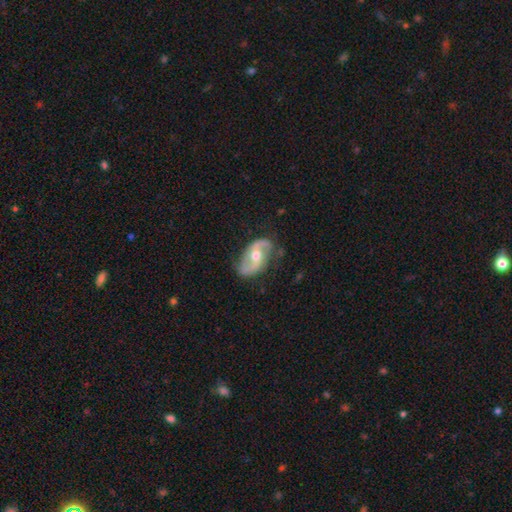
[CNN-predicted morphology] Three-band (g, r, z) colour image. It shows a featured or disk galaxy (84%) with no bar (42%), 2 (91%) loose (54%) spiral arms (93%) and a moderate central bulge (73%). Merging: none (74%).